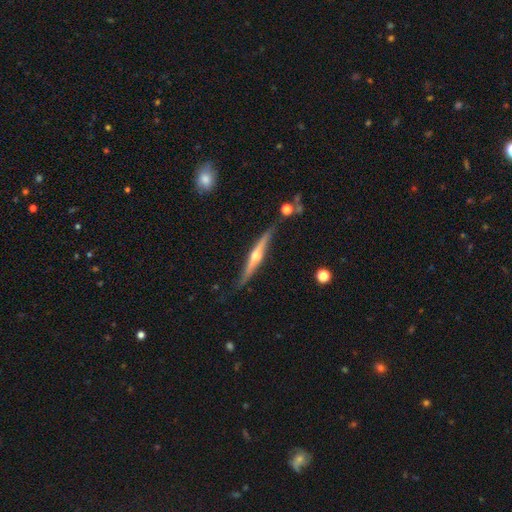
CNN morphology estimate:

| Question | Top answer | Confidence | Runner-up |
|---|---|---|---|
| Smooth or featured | featured or disk | 80% | smooth (15%) |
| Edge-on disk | yes | 97% | no (3%) |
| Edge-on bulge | rounded | 93% | none (4%) |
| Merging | none | 81% | minor disturbance (14%) |